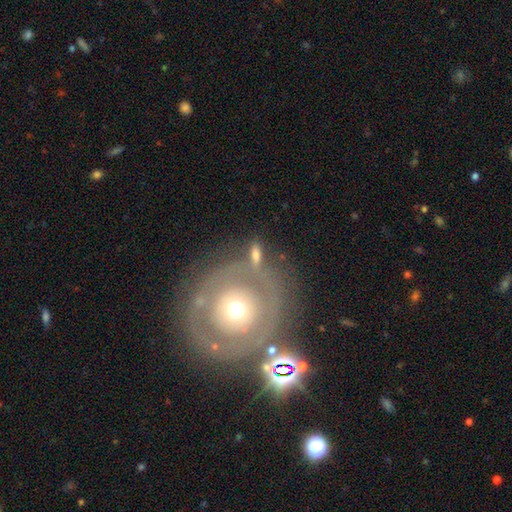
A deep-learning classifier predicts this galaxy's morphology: This is possibly a featured or disk galaxy (58%). It is clearly not viewed edge-on (95%). Bar: clearly no (91%). Spiral arm pattern: likely no (75%). Central bulge: likely moderate (65%). Merging: likely none (72%).